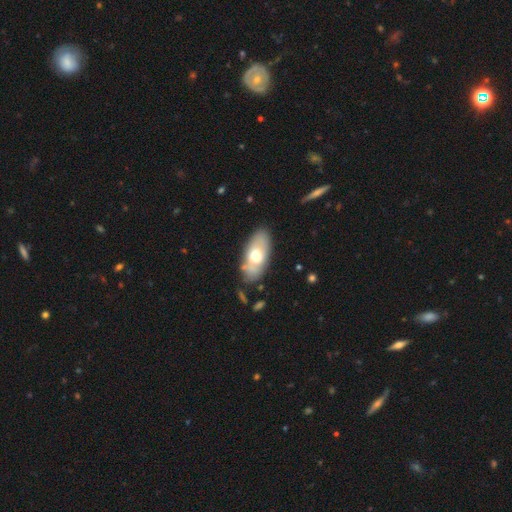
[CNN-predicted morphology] smooth 59%, featured or disk 35%, star or artifact 6%. Down the decision tree: how rounded — in between (90%); merging — none (70%).